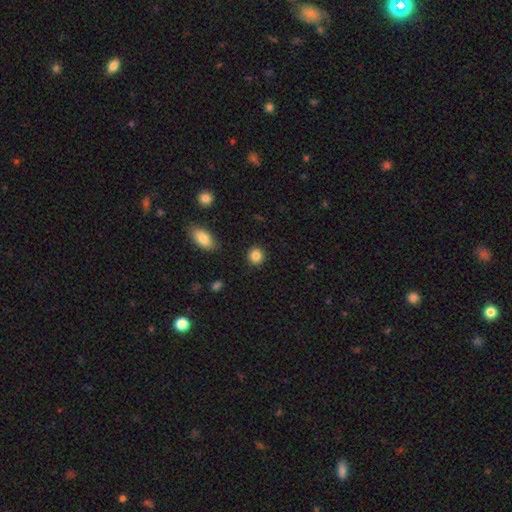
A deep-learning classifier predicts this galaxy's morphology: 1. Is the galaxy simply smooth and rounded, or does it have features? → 87% smooth, 9% star or artifact, 4% featured or disk.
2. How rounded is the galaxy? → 86% round, 12% in between, 1% cigar-shaped.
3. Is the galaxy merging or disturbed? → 90% none, 7% minor disturbance, 2% major disturbance, 1% merger.